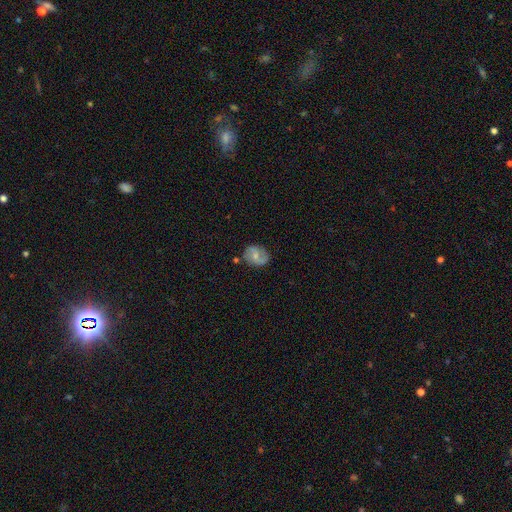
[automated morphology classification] Smooth or featured: featured or disk — 53% (smooth — 39%)
Edge-on disk: no — 97% (yes — 3%)
Bar: no — 50% (weak — 42%)
Spiral arms: yes — 82% (no — 18%)
Bulge size: moderate — 48% (small — 42%)
Merging: none — 71% (minor disturbance — 19%)